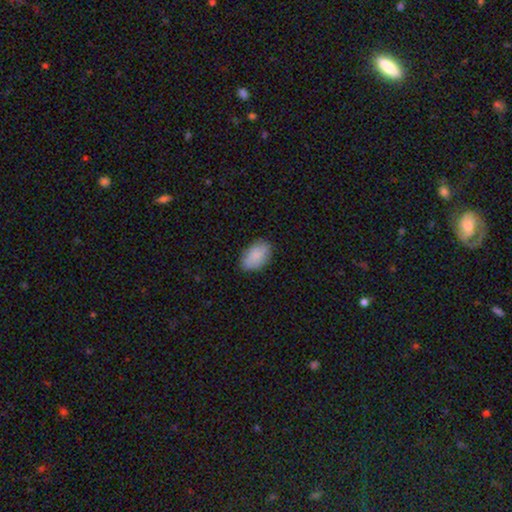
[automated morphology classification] This is clearly a smooth galaxy (87%). How rounded: clearly in between (92%). Merging: clearly none (84%).